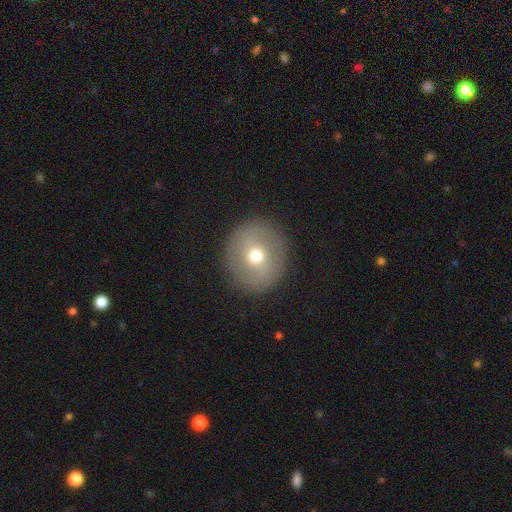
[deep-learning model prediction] smooth_or_featured: smooth (p=0.58) [alt: featured or disk p=0.32]
how_rounded: round (p=0.88) [alt: in between p=0.11]
merging: none (p=0.89) [alt: minor disturbance p=0.07]